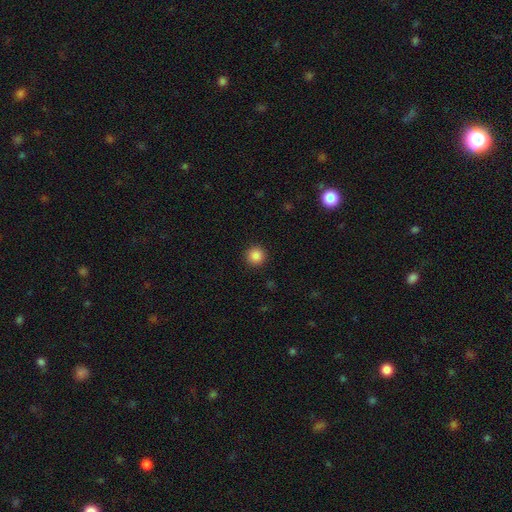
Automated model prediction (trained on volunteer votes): Smooth or featured? Predicted: smooth (p=0.87). How rounded? Predicted: round (p=0.95). Merging? Predicted: none (p=0.92).